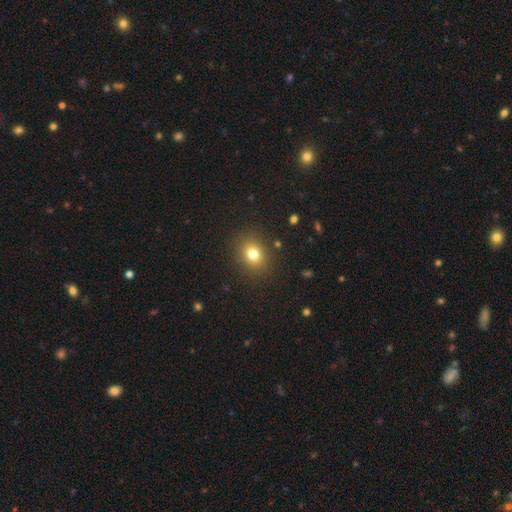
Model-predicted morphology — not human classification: This appears to be a smooth galaxy with no disk features (77%) that is round (67%). Merging: none (90%).